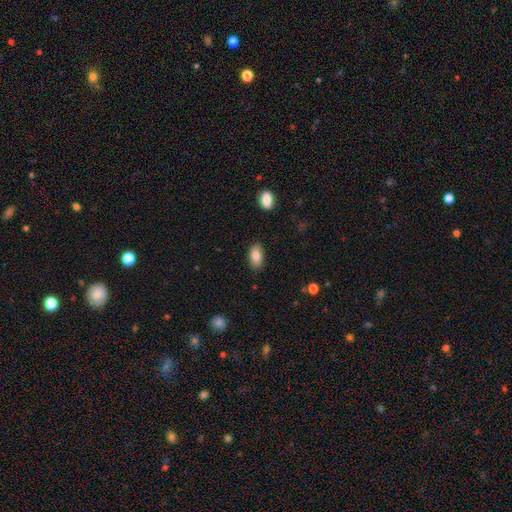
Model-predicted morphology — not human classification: This appears to be a smooth galaxy with no disk features (81%) that is in between round and cigar-shaped (90%). Merging: none (87%).